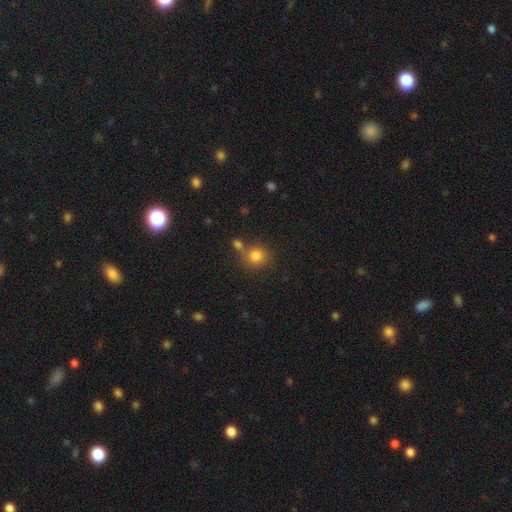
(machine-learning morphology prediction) Smooth or featured?
  - smooth: 83% *
  - star or artifact: 11%
  - featured or disk: 7%
How rounded?
  - round: 86% *
  - in between: 13%
  - cigar-shaped: 1%
Merging?
  - none: 62% *
  - merger: 22%
  - minor disturbance: 11%
  - major disturbance: 4%